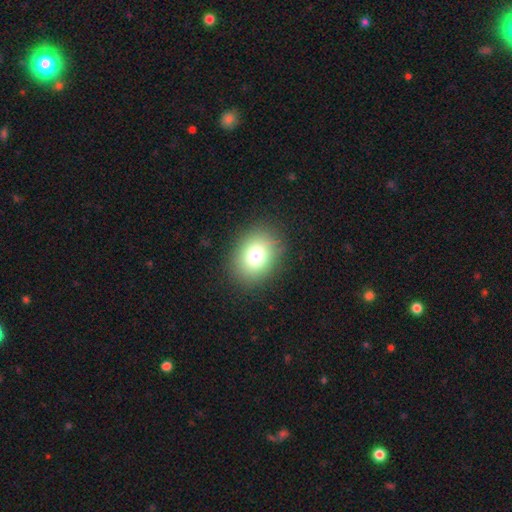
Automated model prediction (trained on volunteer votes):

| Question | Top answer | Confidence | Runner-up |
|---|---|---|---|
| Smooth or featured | smooth | 77% | star or artifact (13%) |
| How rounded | in between | 56% | round (43%) |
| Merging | none | 87% | minor disturbance (9%) |